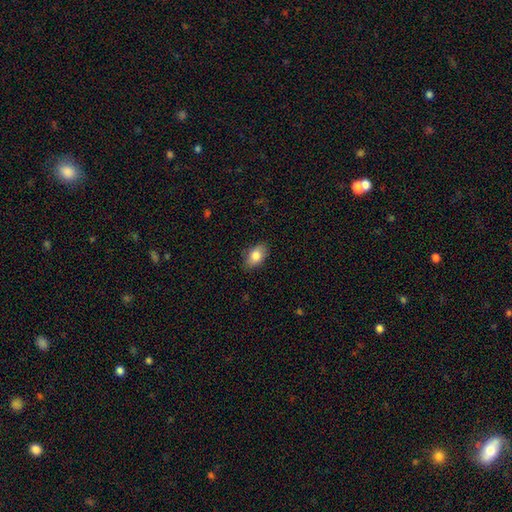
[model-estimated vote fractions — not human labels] smooth 82%, featured or disk 11%, star or artifact 7%. Down the decision tree: how rounded — in between (88%); merging — none (85%).